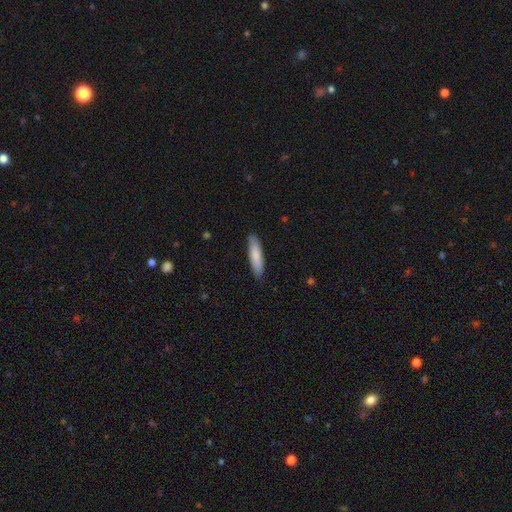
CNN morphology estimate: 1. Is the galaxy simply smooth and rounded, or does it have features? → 82% smooth, 13% featured or disk, 5% star or artifact.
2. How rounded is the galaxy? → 75% cigar-shaped, 23% in between, 1% round.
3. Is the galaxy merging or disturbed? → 86% none, 11% minor disturbance, 2% major disturbance, 1% merger.